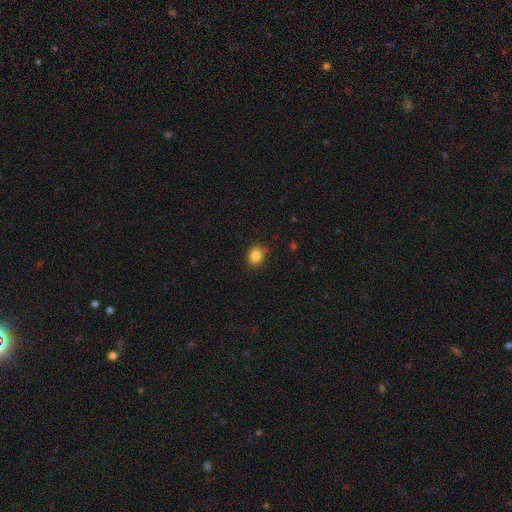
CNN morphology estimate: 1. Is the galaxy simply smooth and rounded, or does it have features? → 85% smooth, 11% star or artifact, 5% featured or disk.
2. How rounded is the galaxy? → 70% round, 29% in between, 1% cigar-shaped.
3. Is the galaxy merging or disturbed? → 85% none, 12% minor disturbance, 3% major disturbance, 1% merger.